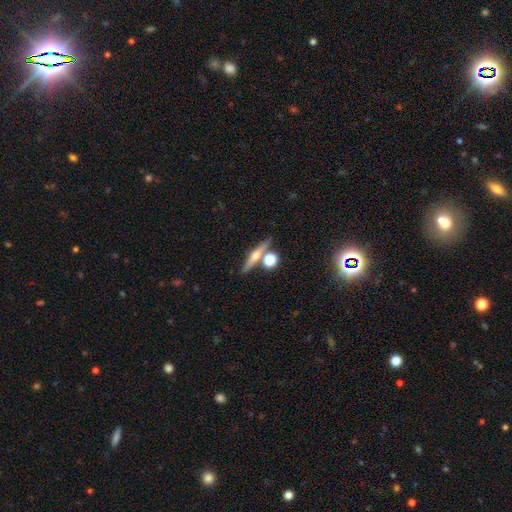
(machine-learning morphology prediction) smooth-or-featured: featured or disk: 57% | smooth: 34% | star or artifact: 9%
  disk-edge-on: yes: 93% | no: 7%
    edge-on-bulge: rounded: 88% | none: 7% | boxy: 5%
  merging: none: 72% | merger: 16% | minor disturbance: 8% | major disturbance: 3%